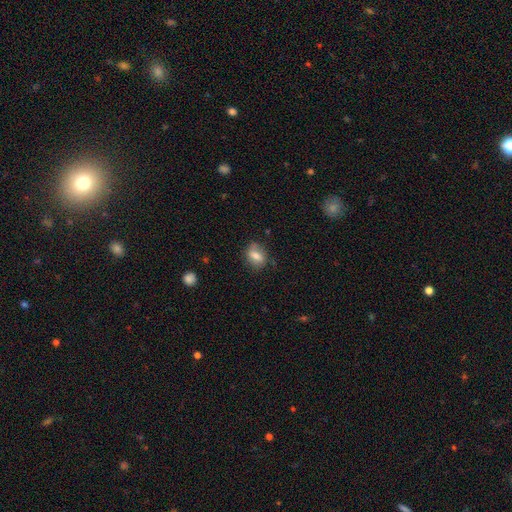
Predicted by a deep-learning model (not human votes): smooth_or_featured: smooth (p=0.73) [alt: featured or disk p=0.18]
how_rounded: in between (p=0.69) [alt: round p=0.28]
merging: none (p=0.69) [alt: minor disturbance p=0.22]